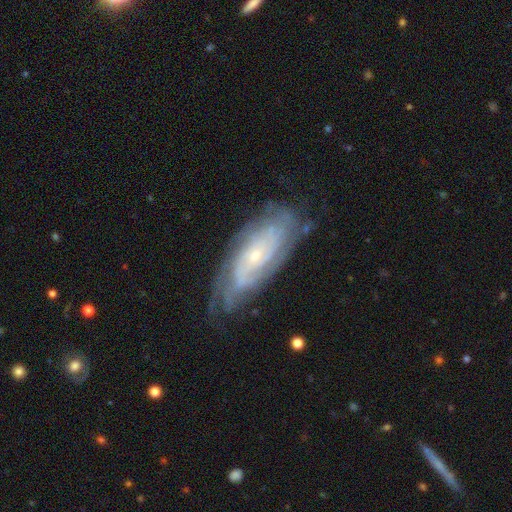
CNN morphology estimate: A featured or disk galaxy (81%) with no bar (73%), tight (71%) spiral arms (93%) and a small central bulge (79%).

Vote fractions:
- Smooth or featured? featured or disk: 81% / smooth: 12% / star or artifact: 6%
- Edge-on disk? no: 90% / yes: 10%
- Bar? no: 73% / weak: 21% / strong: 6%
- Spiral arms? yes: 93% / no: 7%
- Spiral winding? tight: 71% / medium: 23% / loose: 6%
- Spiral arm count? can't tell: 48% / 2: 16% / 4: 13% / 3: 12% / more than 4: 8% / 1: 5%
- Bulge size? small: 79% / moderate: 17% / none: 2% / large: 1% / dominant: 1%
- Merging? none: 71% / minor disturbance: 20% / major disturbance: 7% / merger: 2%